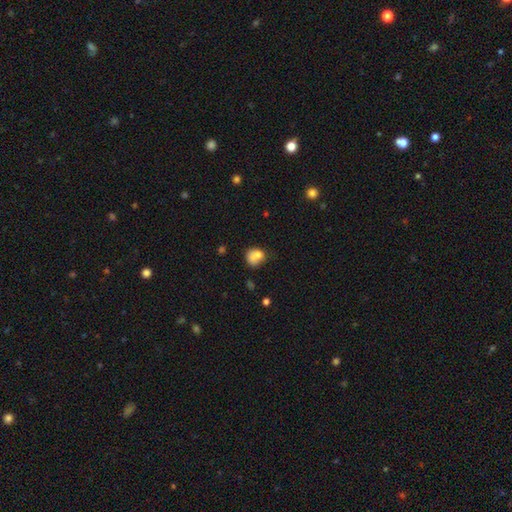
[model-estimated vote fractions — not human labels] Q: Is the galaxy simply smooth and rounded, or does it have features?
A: smooth — 76%.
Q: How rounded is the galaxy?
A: round — 58%.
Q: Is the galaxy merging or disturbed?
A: none — 37%.